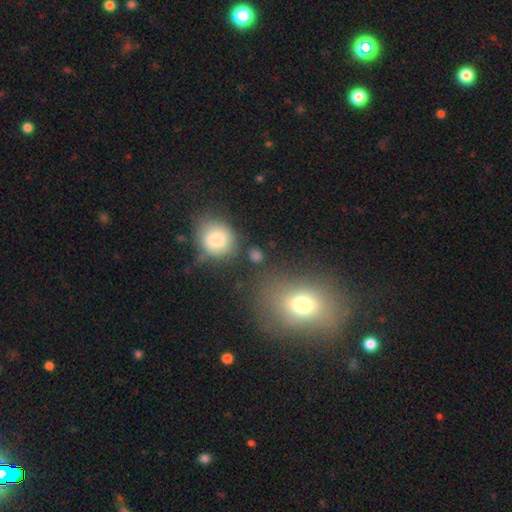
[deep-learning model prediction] The model was most divided on "how rounded": round: 64%, in between: 34%, cigar-shaped: 2%. More confident: smooth or featured — smooth (76%); merging — none (63%).